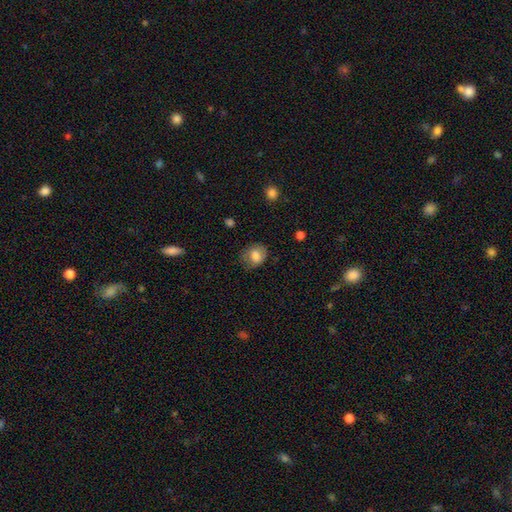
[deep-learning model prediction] smooth_or_featured: smooth (p=0.77) [alt: featured or disk p=0.15]
how_rounded: round (p=0.59) [alt: in between p=0.41]
merging: none (p=0.69) [alt: minor disturbance p=0.23]